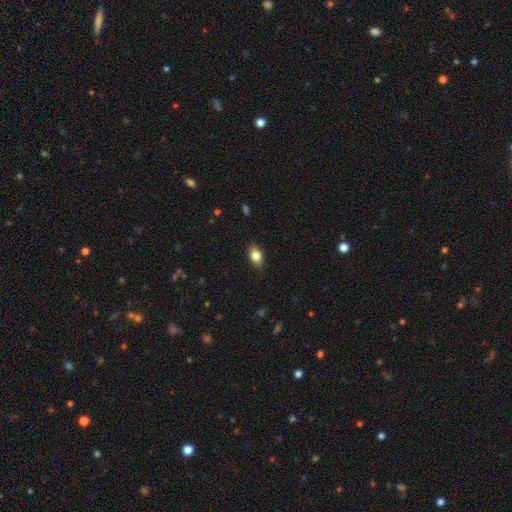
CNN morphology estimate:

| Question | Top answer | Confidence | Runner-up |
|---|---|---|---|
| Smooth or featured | smooth | 81% | featured or disk (11%) |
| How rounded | in between | 84% | round (13%) |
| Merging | none | 85% | minor disturbance (12%) |